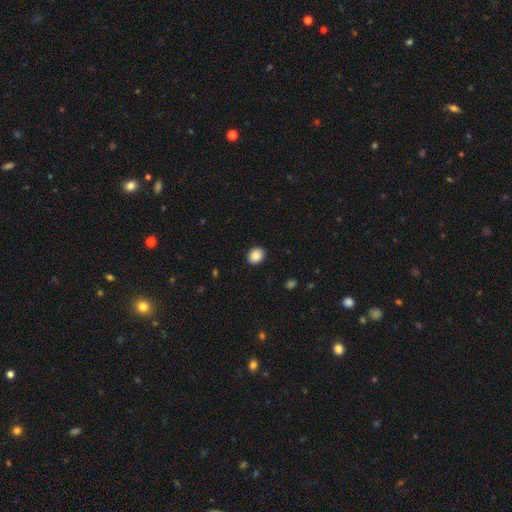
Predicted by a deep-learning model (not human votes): Smooth or featured? smooth (88%)
How rounded? round (53%)
Merging? none (90%)